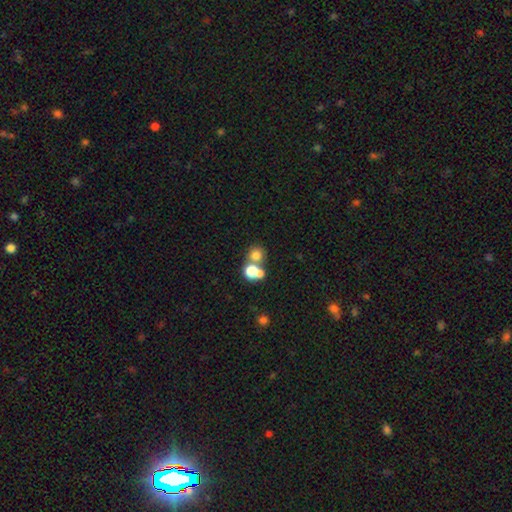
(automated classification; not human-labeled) The model was most divided on "merging": merger: 45%, none: 44%, minor disturbance: 6%, major disturbance: 4%. More confident: how rounded — round (82%); smooth or featured — smooth (73%).